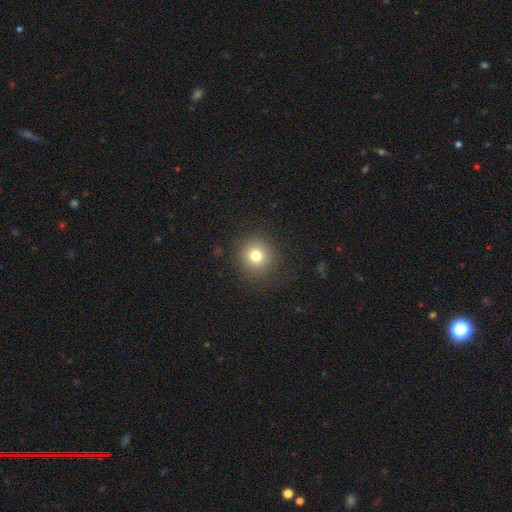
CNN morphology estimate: This is likely a smooth galaxy (77%). How rounded: clearly round (92%). Merging: clearly none (88%).